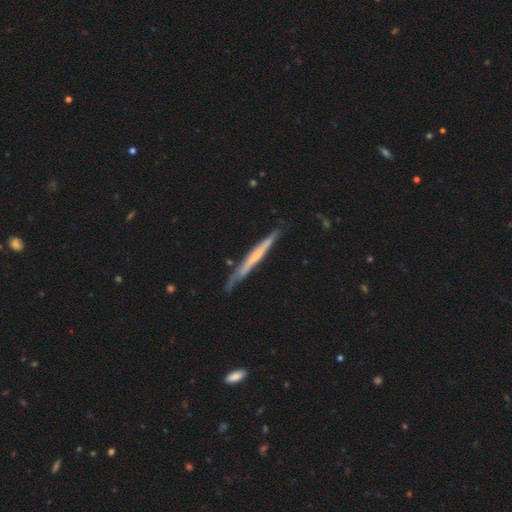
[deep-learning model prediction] Smooth or featured?
  - featured or disk: 59% *
  - smooth: 36%
  - star or artifact: 5%
Edge-on disk?
  - yes: 95% *
  - no: 5%
Edge-on bulge?
  - none: 74% *
  - rounded: 19%
  - boxy: 7%
Merging?
  - none: 79% *
  - minor disturbance: 16%
  - major disturbance: 2%
  - merger: 2%